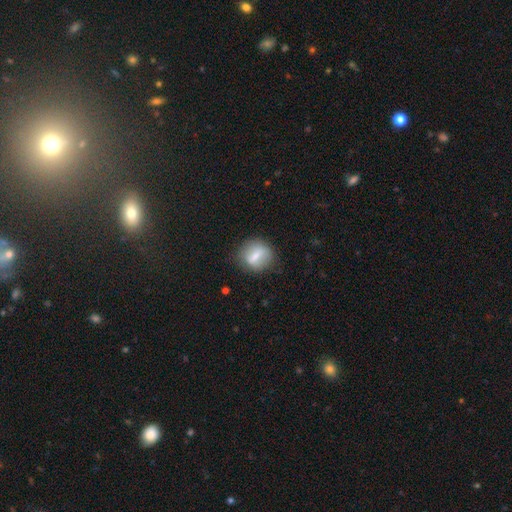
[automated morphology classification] A smooth galaxy with no disk features (58%) that is round (66%). Merging: none (79%).